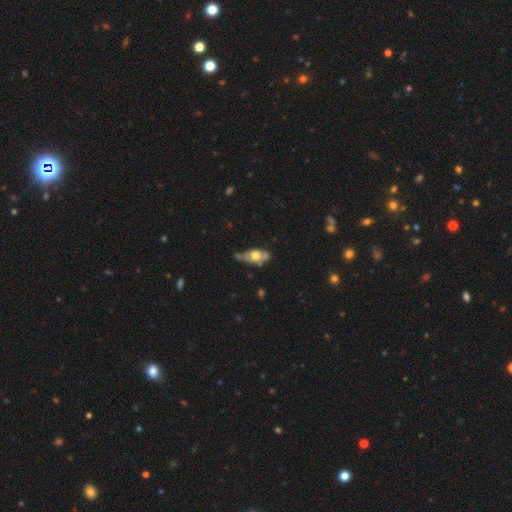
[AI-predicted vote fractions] Q: Smooth or featured?
A: smooth (47%); runner-up: featured or disk (46%)
Q: Merging?
A: none (43%); runner-up: minor disturbance (35%)